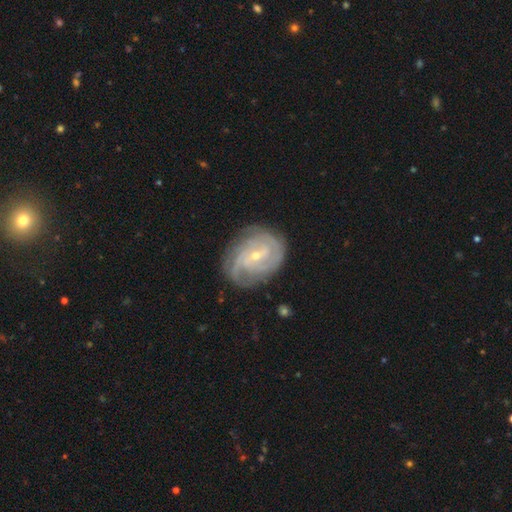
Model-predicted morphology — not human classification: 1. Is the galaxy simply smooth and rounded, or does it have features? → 85% featured or disk, 9% smooth, 6% star or artifact.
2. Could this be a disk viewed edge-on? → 97% no, 3% yes.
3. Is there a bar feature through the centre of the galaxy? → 45% weak, 41% no, 13% strong.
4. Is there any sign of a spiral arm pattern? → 95% yes, 5% no.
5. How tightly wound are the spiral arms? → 62% tight, 30% medium, 7% loose.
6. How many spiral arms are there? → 28% can't tell, 25% 2, 23% 3, 12% 4, 6% more than 4, 6% 1.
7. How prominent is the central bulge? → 69% small, 28% moderate, 1% none, 1% large, 1% dominant.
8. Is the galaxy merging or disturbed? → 76% none, 17% minor disturbance, 6% major disturbance, 1% merger.